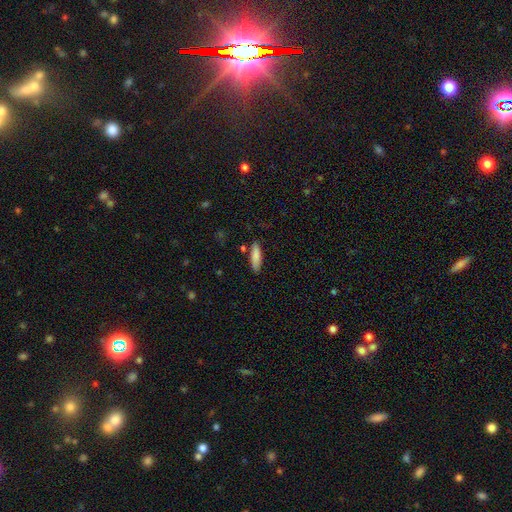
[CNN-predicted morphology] The model was most divided on "how rounded": cigar-shaped: 60%, in between: 38%, round: 2%. More confident: smooth or featured — smooth (85%); merging — none (82%).